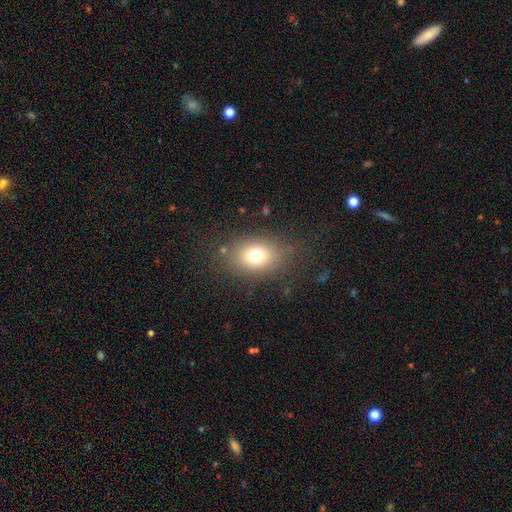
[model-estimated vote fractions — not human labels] Smooth or featured? Predicted: smooth (p=0.73). How rounded? Predicted: in between (p=0.70). Merging? Predicted: none (p=0.78).